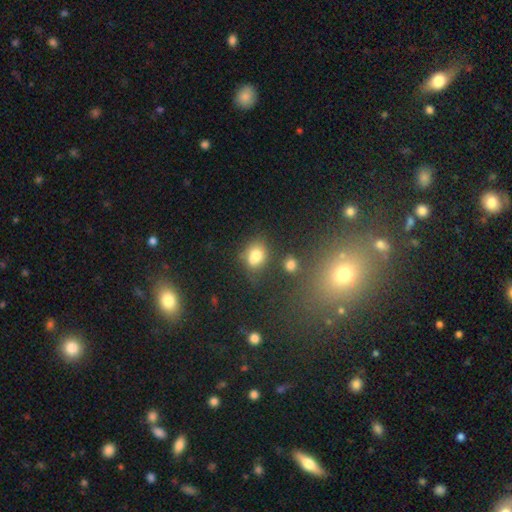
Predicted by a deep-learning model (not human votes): smooth 76%, star or artifact 13%, featured or disk 11%. Down the decision tree: how rounded — in between (55%); merging — none (55%).